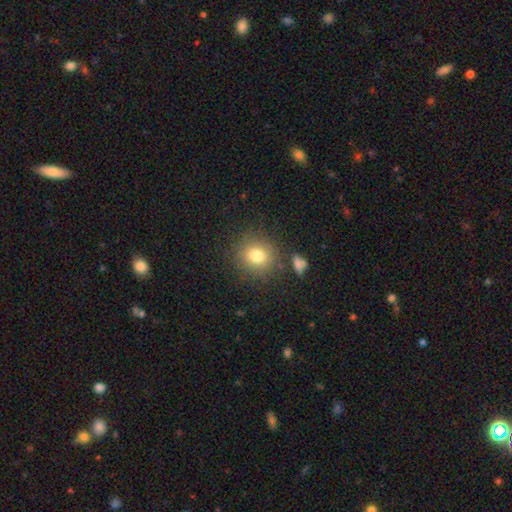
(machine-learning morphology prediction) Smooth or featured? Predicted: smooth (p=0.80). How rounded? Predicted: round (p=0.82). Merging? Predicted: none (p=0.83).